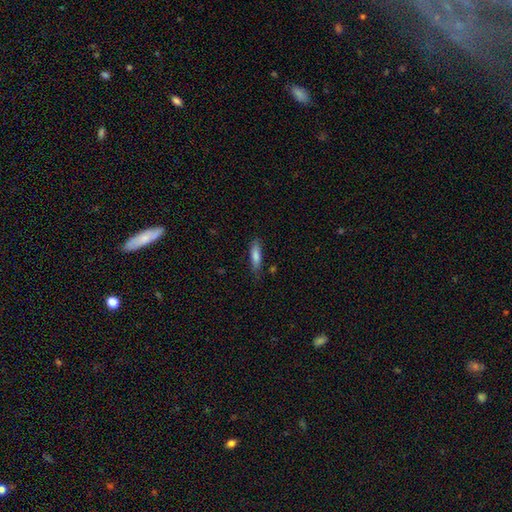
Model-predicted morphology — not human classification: Smooth or featured? Predicted: smooth (p=0.79). How rounded? Predicted: cigar-shaped (p=0.59). Merging? Predicted: none (p=0.75).